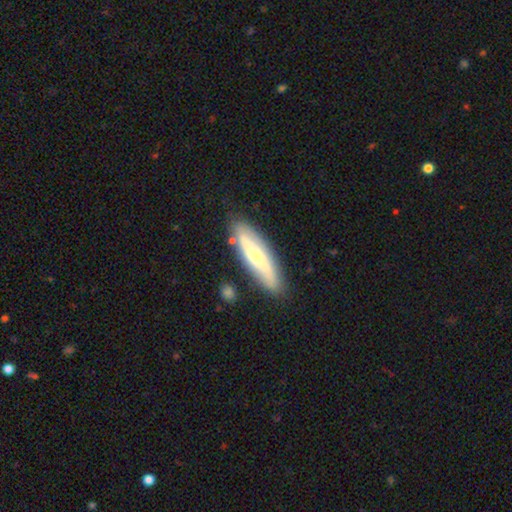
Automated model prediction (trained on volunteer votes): Q: Smooth or featured?
A: smooth (52%); runner-up: featured or disk (42%)
Q: How rounded?
A: cigar-shaped (65%); runner-up: in between (33%)
Q: Merging?
A: none (81%); runner-up: minor disturbance (13%)